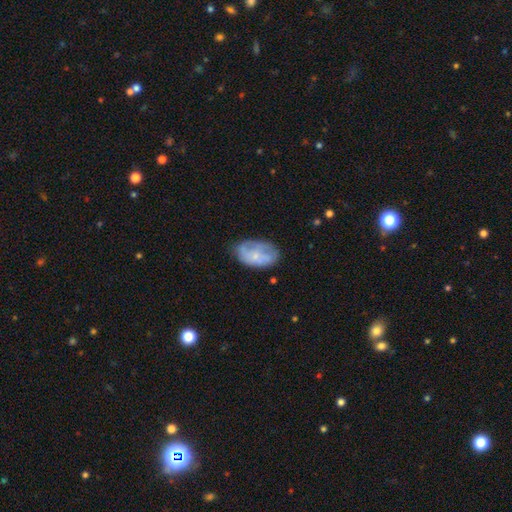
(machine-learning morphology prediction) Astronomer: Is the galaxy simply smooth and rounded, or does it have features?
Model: smooth — 49% (runner-up: featured or disk, 44%).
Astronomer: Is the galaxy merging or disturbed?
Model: none — 57%.